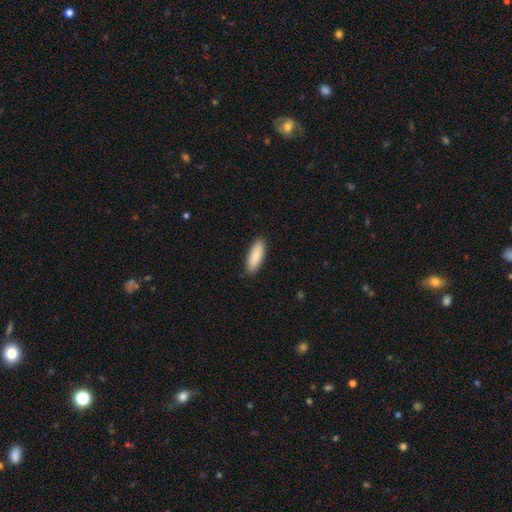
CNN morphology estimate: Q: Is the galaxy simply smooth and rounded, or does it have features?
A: smooth — 87%.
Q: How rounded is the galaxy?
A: in between — 62%.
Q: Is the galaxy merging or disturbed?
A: none — 88%.